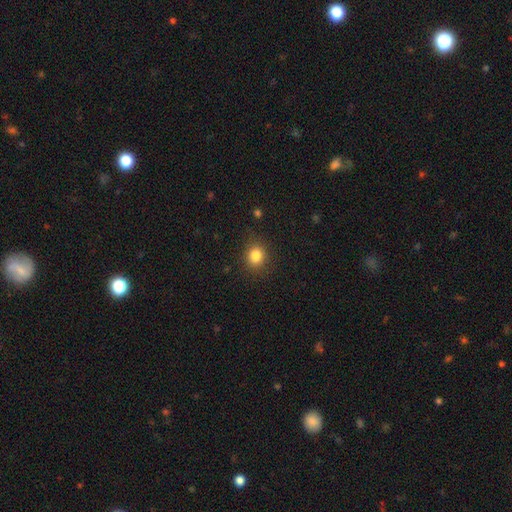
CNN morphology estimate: smooth 83%, star or artifact 12%, featured or disk 5%. Down the decision tree: how rounded — round (77%); merging — none (86%).